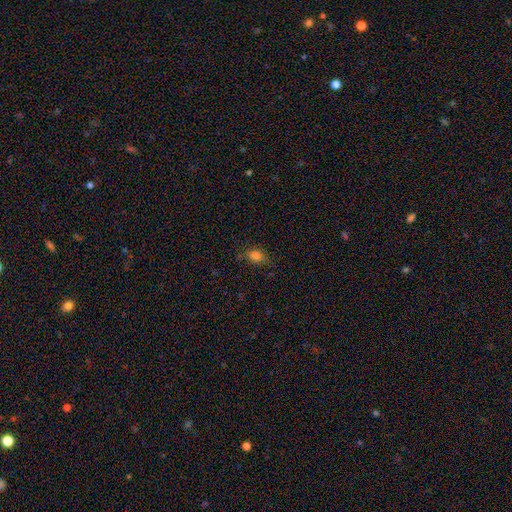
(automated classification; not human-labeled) This is likely a smooth galaxy (79%). How rounded: likely in between (67%). Merging: likely none (70%).